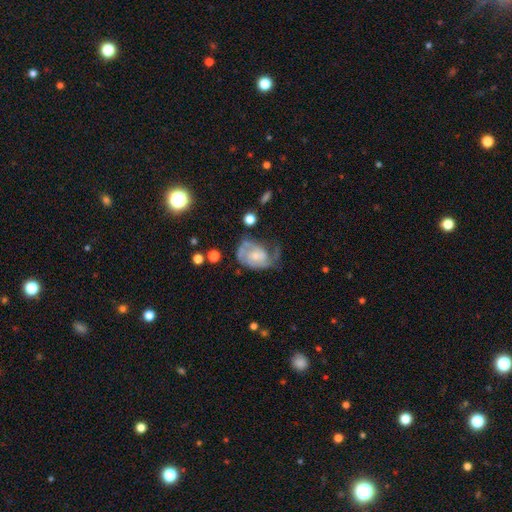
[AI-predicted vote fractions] A featured or disk galaxy (75%) with no bar (69%), 2 (51%) medium (43%) spiral arms (88%) and a small central bulge (52%).

Vote fractions:
- Smooth or featured? featured or disk: 75% / smooth: 19% / star or artifact: 6%
- Edge-on disk? no: 97% / yes: 3%
- Bar? no: 69% / weak: 27% / strong: 4%
- Spiral arms? yes: 88% / no: 12%
- Spiral winding? medium: 43% / tight: 35% / loose: 22%
- Spiral arm count? 2: 51% / can't tell: 20% / 1: 14% / 3: 10% / 4: 3% / more than 4: 2%
- Bulge size? small: 52% / moderate: 33% / none: 9% / large: 4% / dominant: 1%
- Merging? none: 36% / major disturbance: 34% / minor disturbance: 26% / merger: 4%